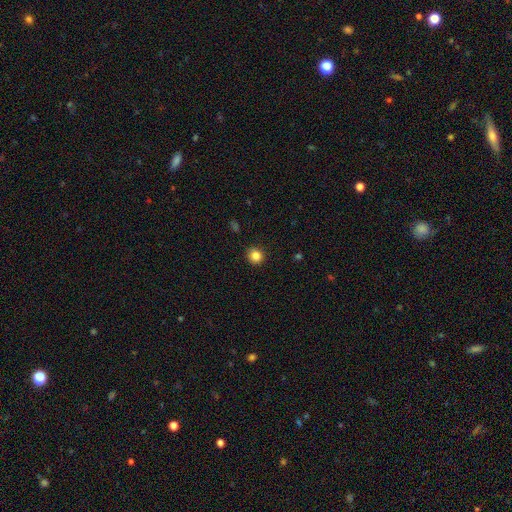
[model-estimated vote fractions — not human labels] Overall: smooth (85%). How rounded: round (90%). Merging: none (91%).